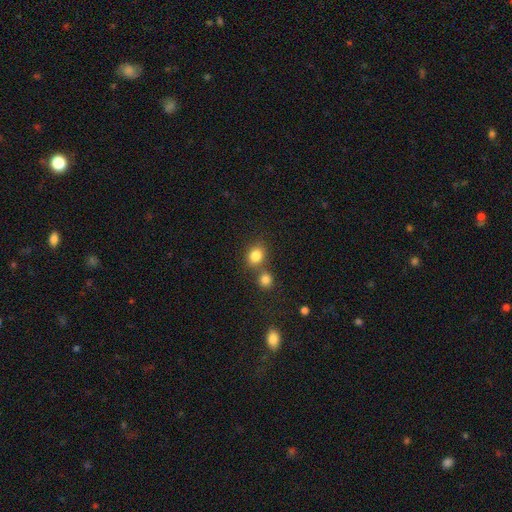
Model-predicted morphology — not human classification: smooth_or_featured: smooth (p=0.83) [alt: star or artifact p=0.11]
how_rounded: round (p=0.63) [alt: in between p=0.36]
merging: none (p=0.59) [alt: merger p=0.28]